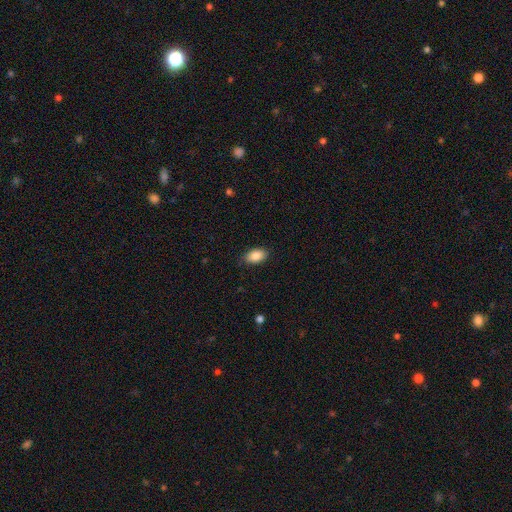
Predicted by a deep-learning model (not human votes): The model was most divided on "merging": none: 84%, minor disturbance: 12%, major disturbance: 3%, merger: 1%. More confident: how rounded — in between (93%); smooth or featured — smooth (88%).